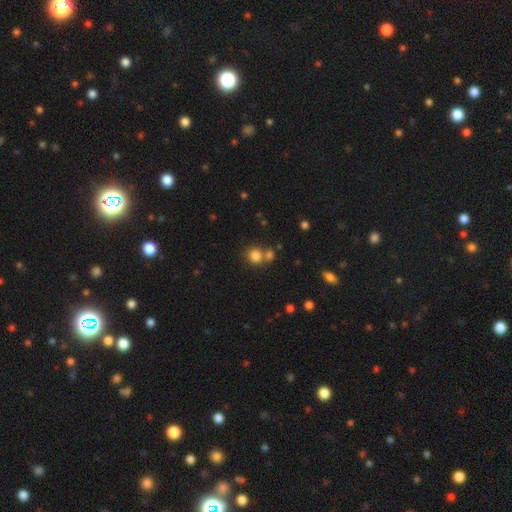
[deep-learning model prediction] A smooth galaxy with no disk features (81%) that is round (86%). Merging: none (60%).